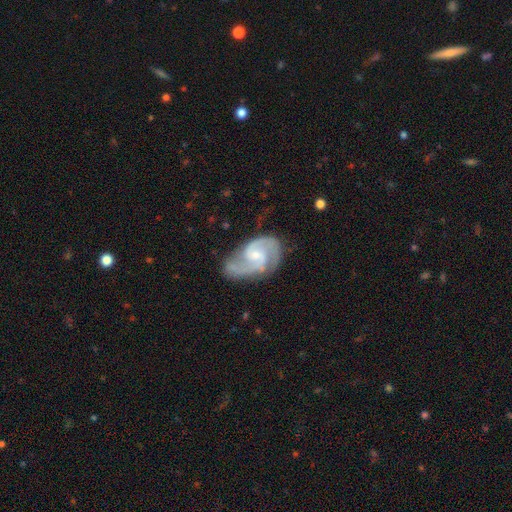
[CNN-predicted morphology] Overall: featured or disk (91%). Edge-on disk: no (98%). Bar: weak (46%; no 44%). Spiral arms: yes (98%). Spiral arm count: 2 (84%). Spiral winding: medium (59%; tight 25%). Bulge size: small (64%; moderate 29%). Merging: none (69%).